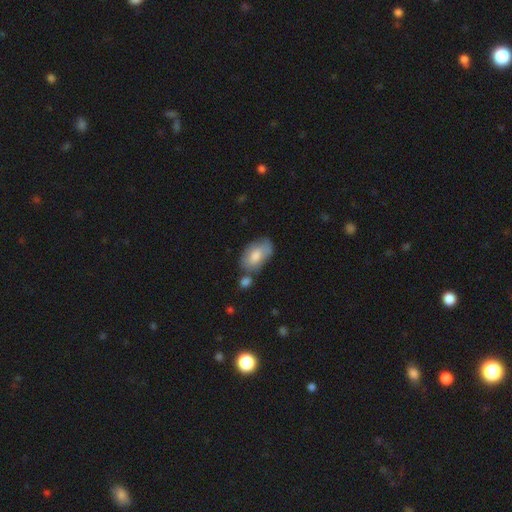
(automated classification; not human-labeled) A smooth galaxy with no disk features (74%) that is in between round and cigar-shaped (94%).

Vote fractions:
- Smooth or featured? smooth: 74% / featured or disk: 20% / star or artifact: 6%
- How rounded? in between: 94% / round: 4% / cigar-shaped: 2%
- Merging? none: 53% / minor disturbance: 22% / merger: 18% / major disturbance: 7%